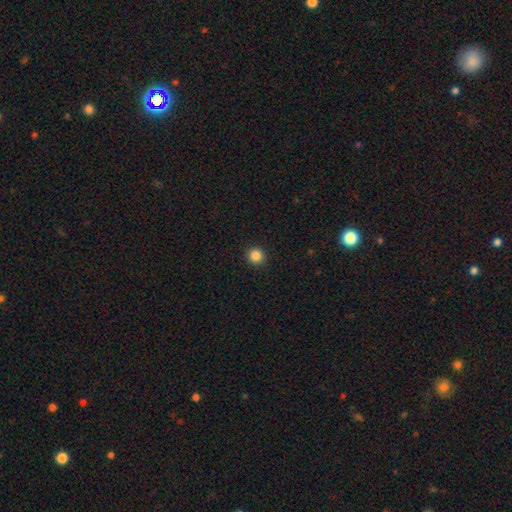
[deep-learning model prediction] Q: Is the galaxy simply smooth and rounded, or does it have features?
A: smooth — 85%.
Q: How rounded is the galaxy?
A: round — 95%.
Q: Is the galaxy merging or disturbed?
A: none — 93%.